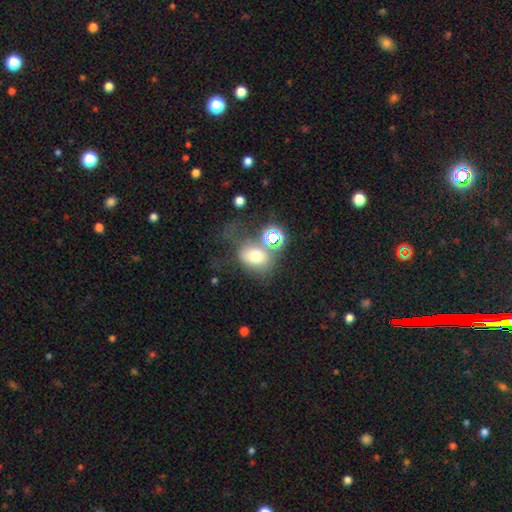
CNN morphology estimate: Smooth or featured: smooth — 63% (star or artifact — 20%)
How rounded: in between — 53% (round — 45%)
Merging: none — 36% (major disturbance — 24%)